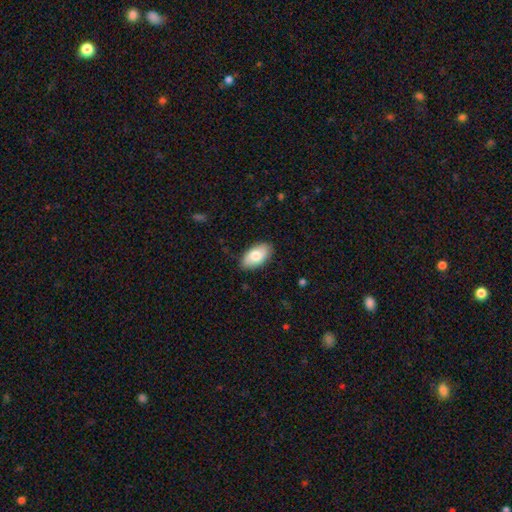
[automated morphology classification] A smooth galaxy with no disk features (76%) that is in between round and cigar-shaped (95%). Merging: none (84%).